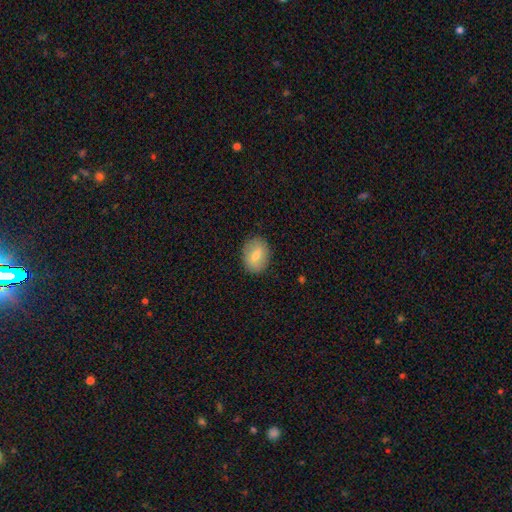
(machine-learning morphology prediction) Smooth or featured? Predicted: smooth (p=0.70). How rounded? Predicted: in between (p=0.59). Merging? Predicted: none (p=0.87).